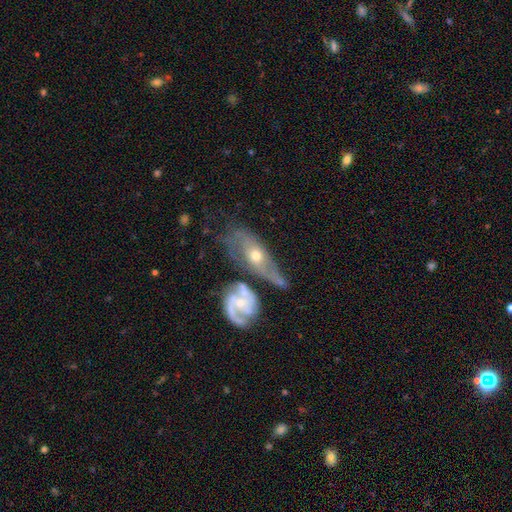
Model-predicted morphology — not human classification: This is likely a featured or disk galaxy (69%). It is clearly not viewed edge-on (82%). Bar: likely no (69%). Spiral arm pattern: likely yes (76%). Central bulge: possibly moderate (58%). Merging: marginally merger (33%).